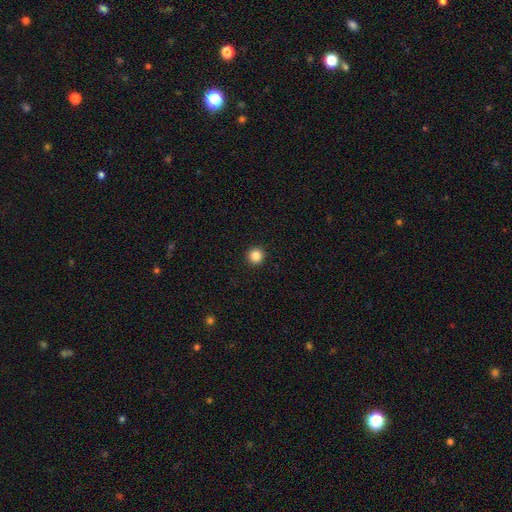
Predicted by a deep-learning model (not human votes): smooth 86%, star or artifact 11%, featured or disk 3%. Down the decision tree: how rounded — round (95%); merging — none (94%).